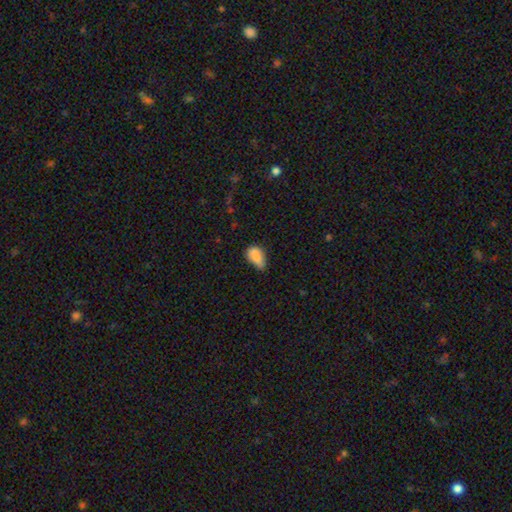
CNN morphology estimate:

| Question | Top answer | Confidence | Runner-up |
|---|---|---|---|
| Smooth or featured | smooth | 83% | star or artifact (9%) |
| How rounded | in between | 89% | round (7%) |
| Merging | minor disturbance | 45% | none (39%) |